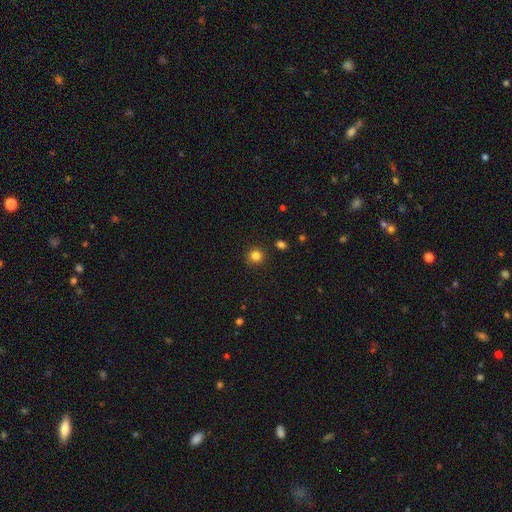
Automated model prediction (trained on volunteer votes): This appears to be a smooth galaxy with no disk features (83%) that is round (92%). Merging: none (89%).